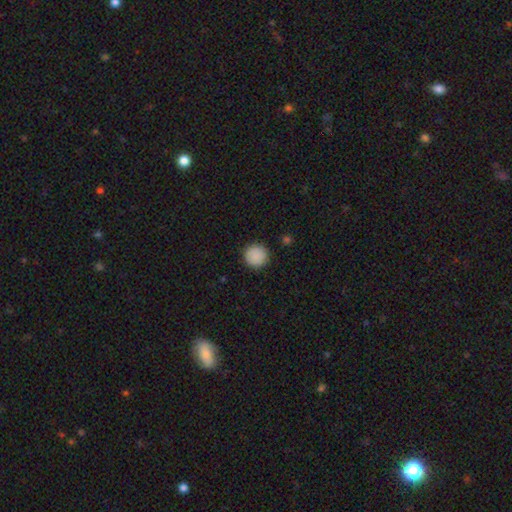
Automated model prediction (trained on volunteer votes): This is clearly a smooth galaxy (90%). How rounded: clearly round (95%). Merging: clearly none (92%).